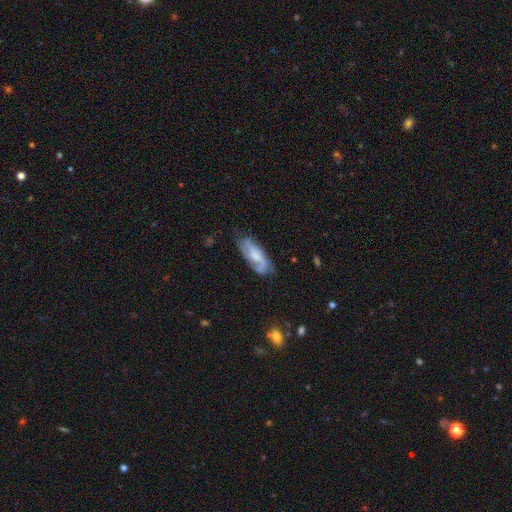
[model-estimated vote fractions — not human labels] Smooth or featured?
  - featured or disk: 55% *
  - smooth: 38%
  - star or artifact: 8%
Edge-on disk?
  - no: 85% *
  - yes: 15%
Merging?
  - none: 60% *
  - minor disturbance: 26%
  - major disturbance: 11%
  - merger: 2%